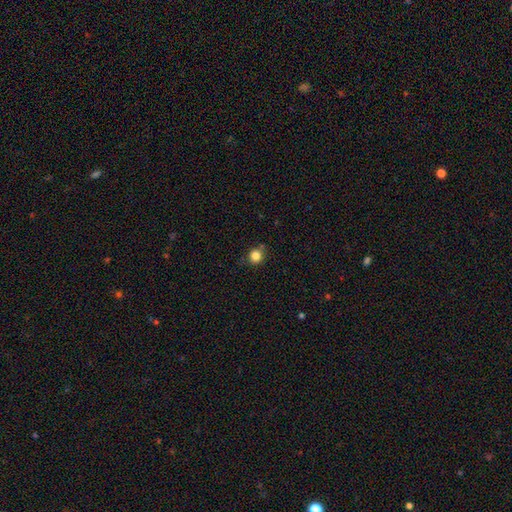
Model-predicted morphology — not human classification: smooth_or_featured: smooth (p=0.83) [alt: star or artifact p=0.12]
how_rounded: round (p=0.91) [alt: in between p=0.08]
merging: none (p=0.80) [alt: minor disturbance p=0.12]